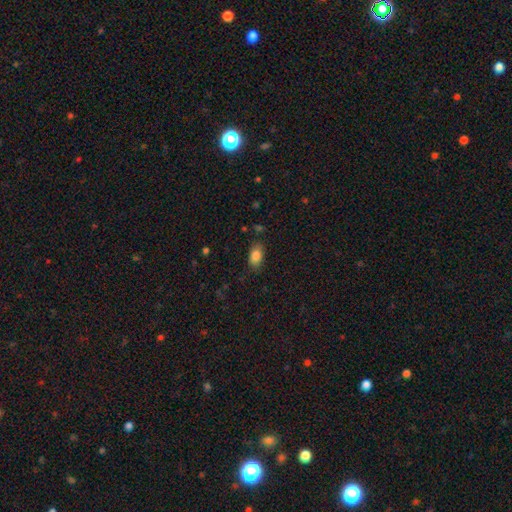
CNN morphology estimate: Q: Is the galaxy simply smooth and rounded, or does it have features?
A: smooth — 85%.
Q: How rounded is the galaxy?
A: in between — 90%.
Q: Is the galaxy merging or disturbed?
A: none — 83%.